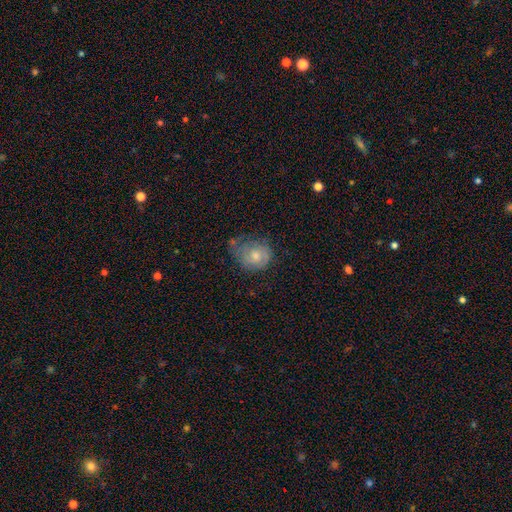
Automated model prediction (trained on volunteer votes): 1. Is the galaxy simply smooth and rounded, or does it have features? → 46% smooth, 45% featured or disk, 8% star or artifact.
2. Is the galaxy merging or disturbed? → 43% none, 32% minor disturbance, 20% major disturbance, 4% merger.